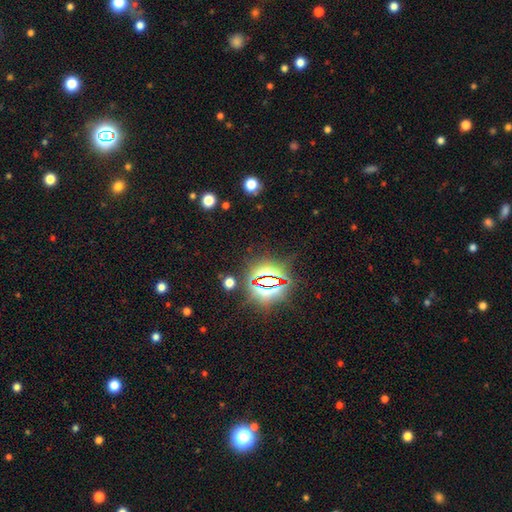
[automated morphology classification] type=star or artifact (82%).